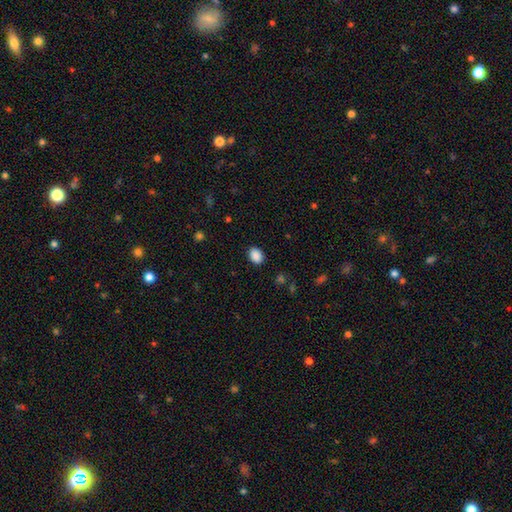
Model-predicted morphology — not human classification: Smooth or featured? smooth (89%)
How rounded? in between (74%)
Merging? none (88%)